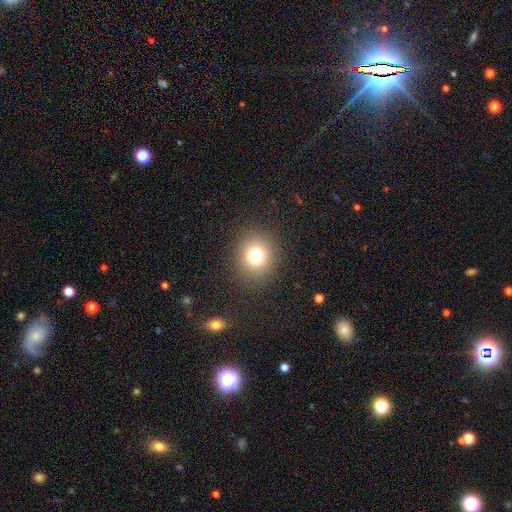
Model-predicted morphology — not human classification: Smooth or featured? smooth (77%)
How rounded? round (80%)
Merging? none (88%)